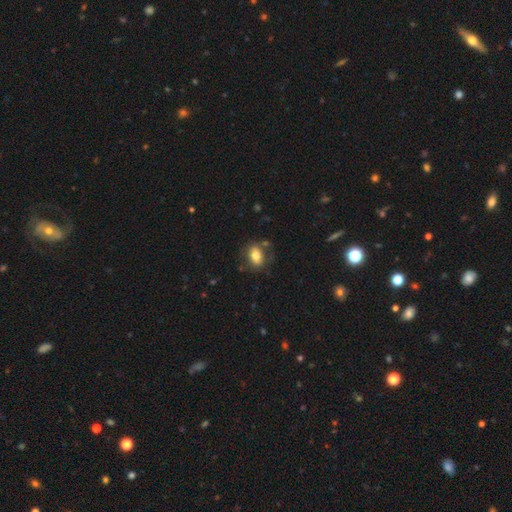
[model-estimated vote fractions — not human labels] smooth 77%, featured or disk 15%, star or artifact 8%. Down the decision tree: how rounded — in between (81%); merging — none (72%).